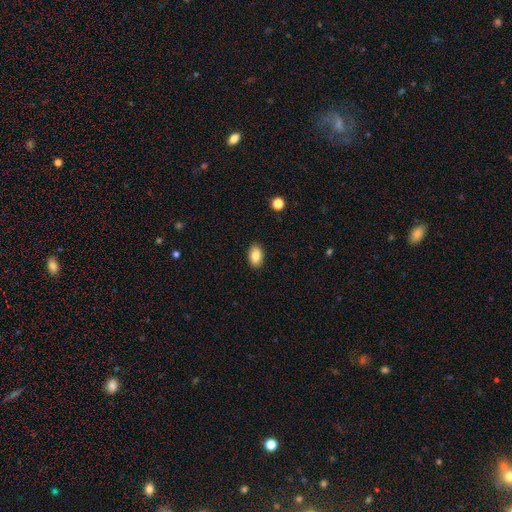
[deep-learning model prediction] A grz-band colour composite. It shows a smooth galaxy with no disk features (85%) that is in between round and cigar-shaped (90%). Merging: none (90%).